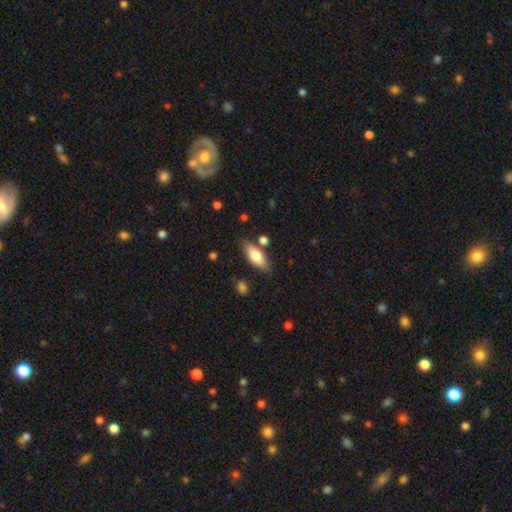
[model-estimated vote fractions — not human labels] Overall: smooth (76%). How rounded: in between (77%). Merging: none (76%).